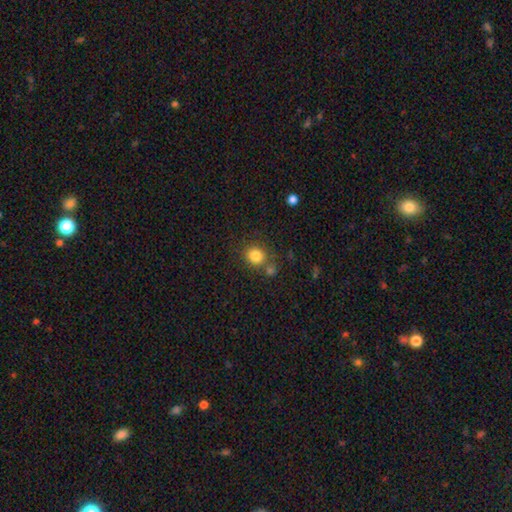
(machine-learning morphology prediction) Q: Smooth or featured?
A: smooth (83%); runner-up: star or artifact (11%)
Q: How rounded?
A: round (83%); runner-up: in between (16%)
Q: Merging?
A: none (71%); runner-up: merger (15%)